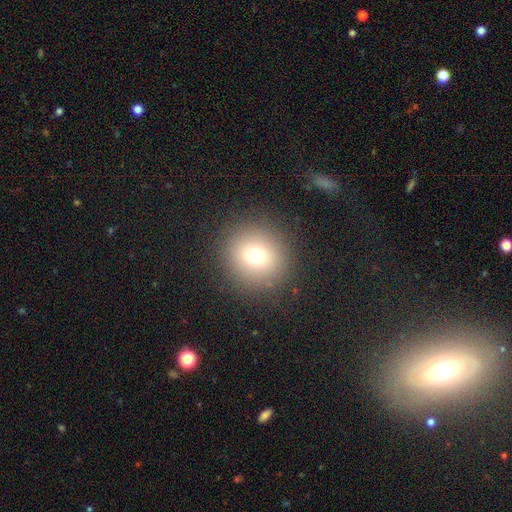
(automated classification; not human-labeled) This is likely a smooth galaxy (74%). How rounded: clearly round (93%). Merging: clearly none (90%).